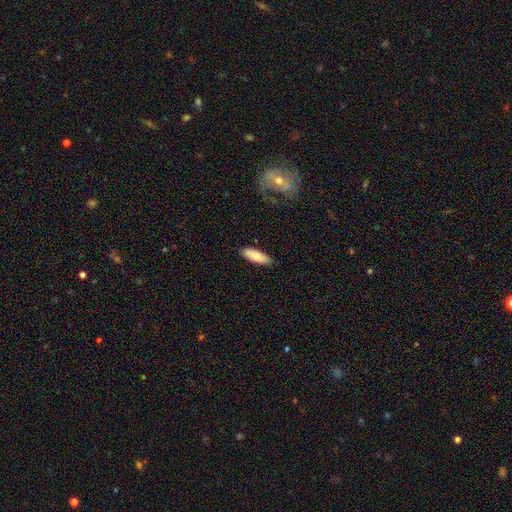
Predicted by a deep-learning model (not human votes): Smooth or featured? smooth (81%)
How rounded? in between (58%)
Merging? none (86%)